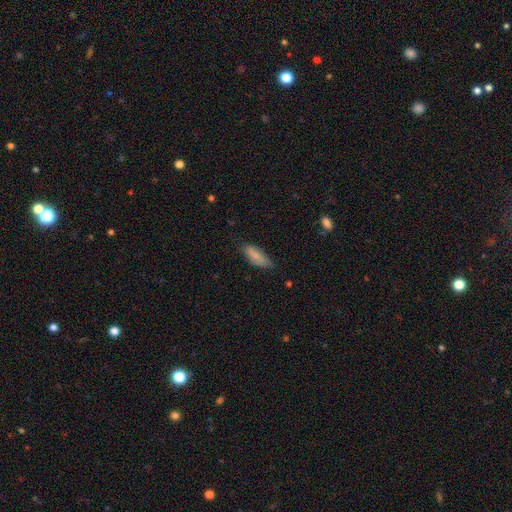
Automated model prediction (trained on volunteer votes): Smooth or featured? smooth (82%)
How rounded? in between (69%)
Merging? none (73%)